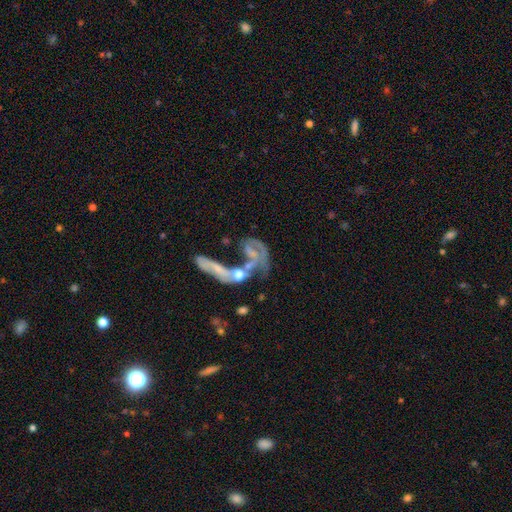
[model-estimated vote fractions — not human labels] A featured or disk galaxy (63%) with no bar (71%), no spiral arms (52%) and no central bulge (41%).

Vote fractions:
- Smooth or featured? featured or disk: 63% / smooth: 25% / star or artifact: 12%
- Edge-on disk? no: 92% / yes: 8%
- Bar? no: 71% / weak: 20% / strong: 9%
- Spiral arms? no: 52% / yes: 48%
- Bulge size? none: 41% / small: 28% / moderate: 24% / large: 5% / dominant: 2%
- Merging? merger: 58% / major disturbance: 23% / none: 11% / minor disturbance: 7%